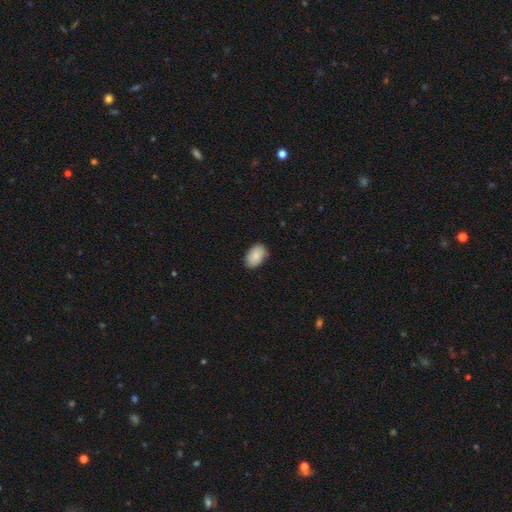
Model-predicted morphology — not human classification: Smooth or featured? Predicted: smooth (p=0.86). How rounded? Predicted: in between (p=0.89). Merging? Predicted: none (p=0.84).